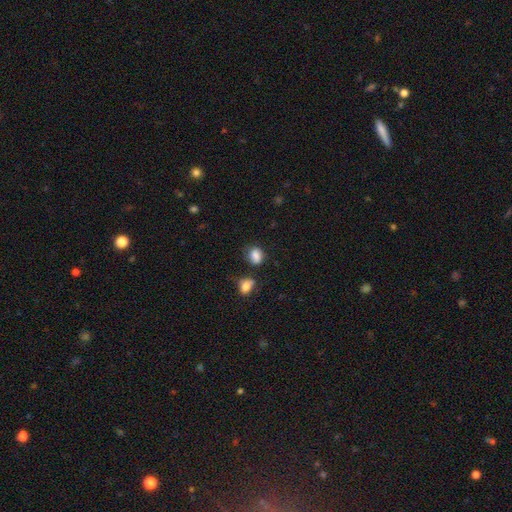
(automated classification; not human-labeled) The model was most divided on "how rounded": in between: 60%, round: 39%, cigar-shaped: 1%. More confident: smooth or featured — smooth (83%); merging — none (61%).